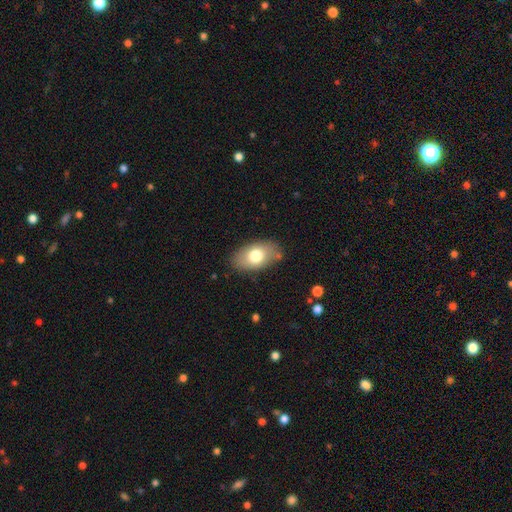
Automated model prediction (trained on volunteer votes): smooth-or-featured: smooth: 73% | featured or disk: 20% | star or artifact: 7%
  how-rounded: in between: 91% | round: 7% | cigar-shaped: 2%
  merging: none: 81% | minor disturbance: 14% | major disturbance: 3% | merger: 2%